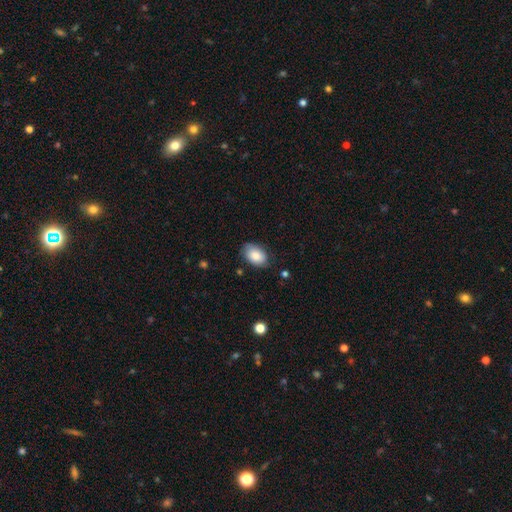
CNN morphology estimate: Overall: smooth (81%). How rounded: in between (89%). Merging: none (77%).